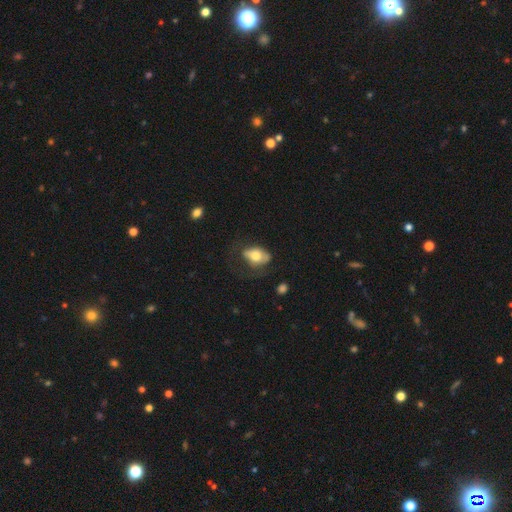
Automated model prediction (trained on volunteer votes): This appears to be a smooth galaxy with no disk features (69%) that is in between round and cigar-shaped (83%). Merging: none (41%).